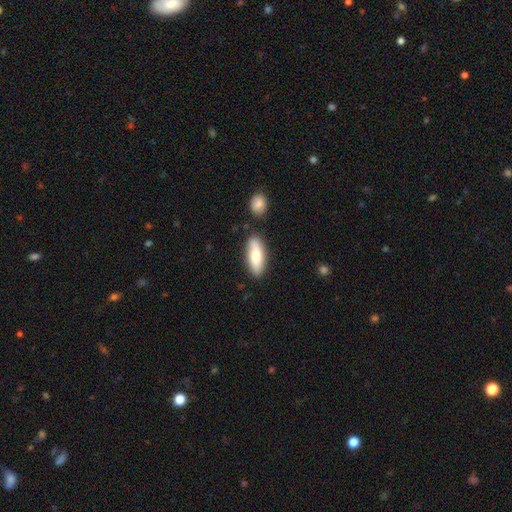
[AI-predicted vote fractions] smooth-or-featured: smooth: 72% | featured or disk: 22% | star or artifact: 6%
  how-rounded: in between: 75% | cigar-shaped: 23% | round: 3%
  merging: none: 80% | minor disturbance: 12% | merger: 6% | major disturbance: 3%